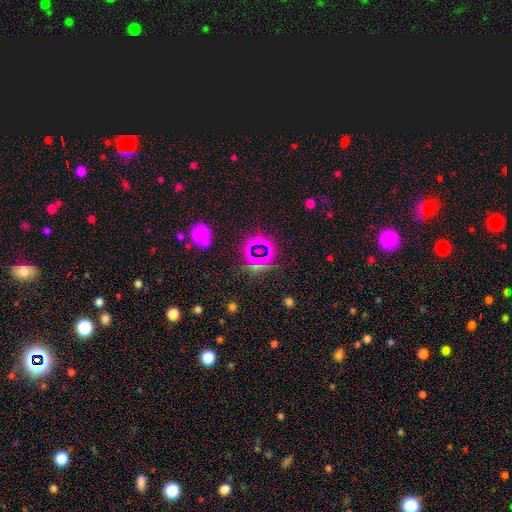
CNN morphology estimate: Overall: star or artifact (70%).